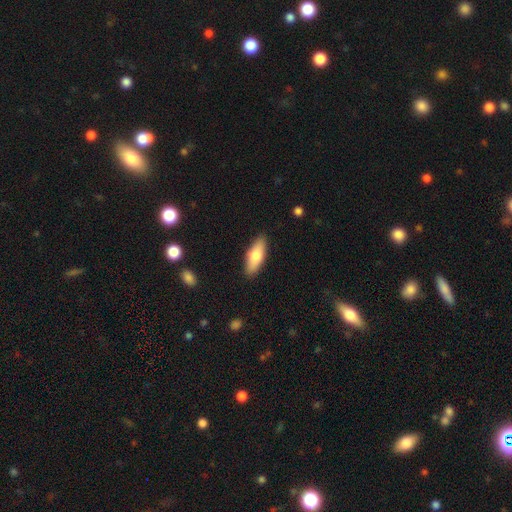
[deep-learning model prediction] Overall: smooth (73%). How rounded: in between (66%; cigar-shaped 31%). Merging: none (88%).